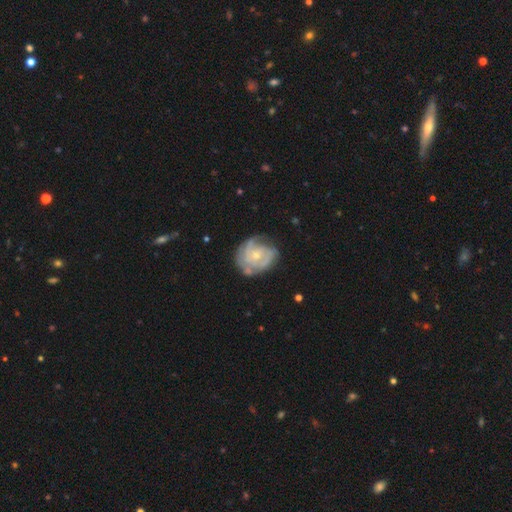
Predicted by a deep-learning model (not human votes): Smooth or featured? featured or disk (78%)
Edge-on disk? no (98%)
Bar? no (77%)
Spiral arms? yes (88%)
Spiral winding? tight (62%)
Spiral arm count? can't tell (38%)
Bulge size? small (65%)
Merging? none (59%)